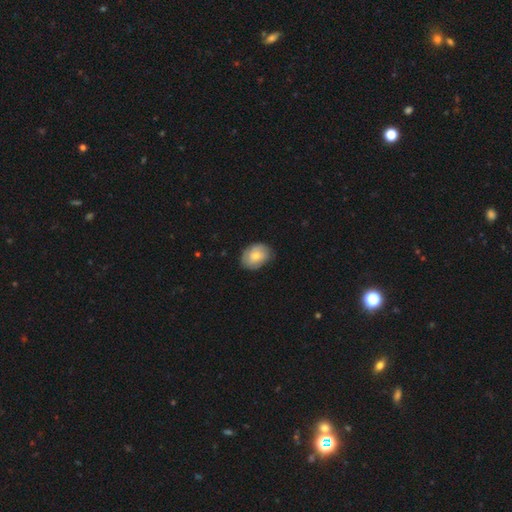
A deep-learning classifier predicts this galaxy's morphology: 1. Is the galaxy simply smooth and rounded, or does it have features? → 63% smooth, 30% featured or disk, 7% star or artifact.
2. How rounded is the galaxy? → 70% in between, 29% round, 1% cigar-shaped.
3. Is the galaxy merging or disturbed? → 75% none, 20% minor disturbance, 4% major disturbance, 1% merger.